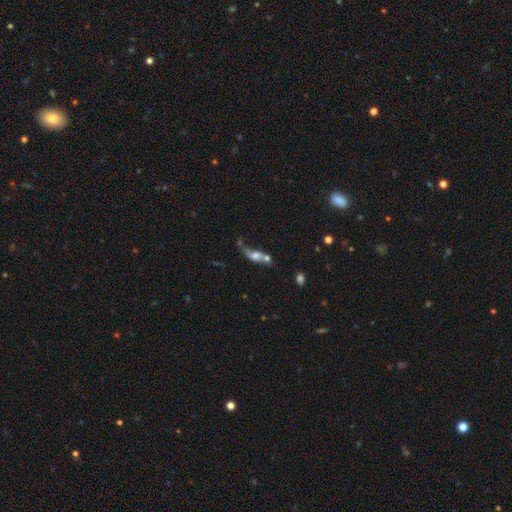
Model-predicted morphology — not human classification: This is possibly a smooth galaxy (49%). Merging: possibly merger (48%).